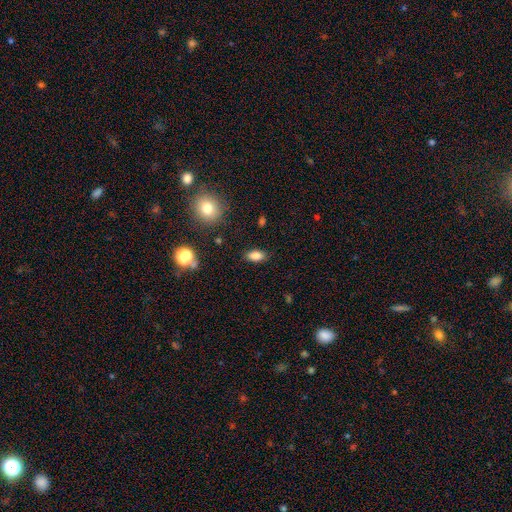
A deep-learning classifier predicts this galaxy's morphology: This appears to be a smooth galaxy with no disk features (84%) that is in between round and cigar-shaped (88%). Merging: none (86%).